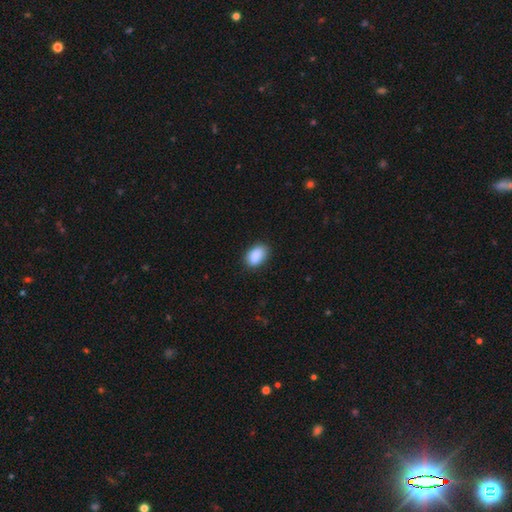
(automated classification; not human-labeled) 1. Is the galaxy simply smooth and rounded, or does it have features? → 90% smooth, 7% star or artifact, 3% featured or disk.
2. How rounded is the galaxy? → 89% in between, 10% round, 1% cigar-shaped.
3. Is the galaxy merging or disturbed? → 83% none, 13% minor disturbance, 3% major disturbance, 1% merger.